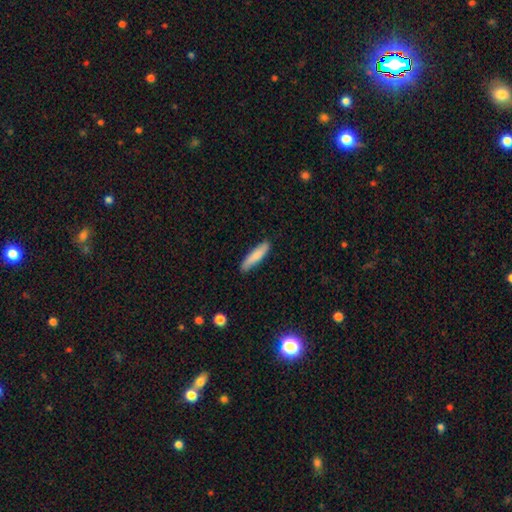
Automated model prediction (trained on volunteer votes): This appears to be a smooth galaxy with no disk features (79%) that is cigar-shaped (78%). Merging: none (87%).